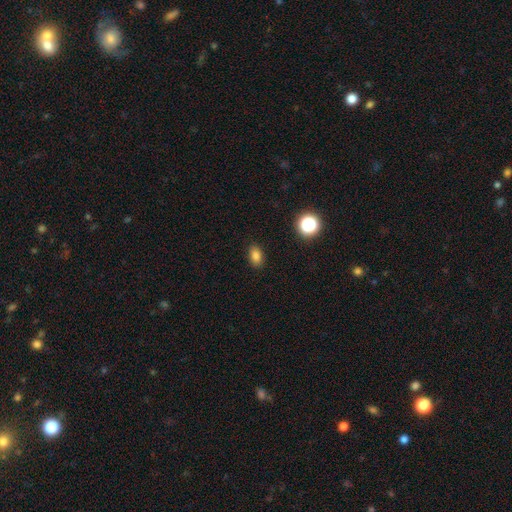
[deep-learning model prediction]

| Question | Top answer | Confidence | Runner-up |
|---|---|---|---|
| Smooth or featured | smooth | 81% | star or artifact (13%) |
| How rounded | in between | 83% | round (15%) |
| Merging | none | 89% | minor disturbance (8%) |